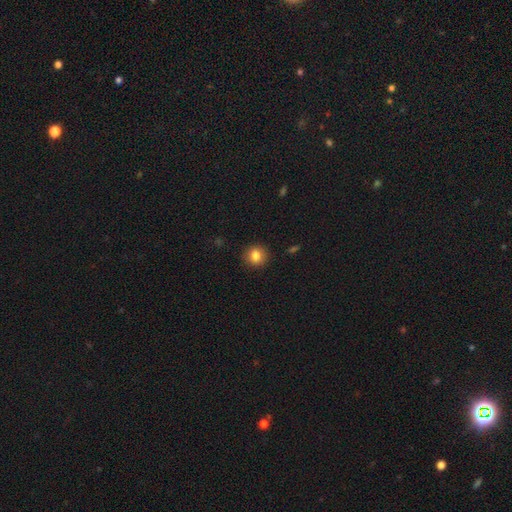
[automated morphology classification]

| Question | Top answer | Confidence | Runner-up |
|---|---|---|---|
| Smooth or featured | smooth | 83% | star or artifact (10%) |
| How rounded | round | 80% | in between (18%) |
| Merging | none | 89% | minor disturbance (8%) |